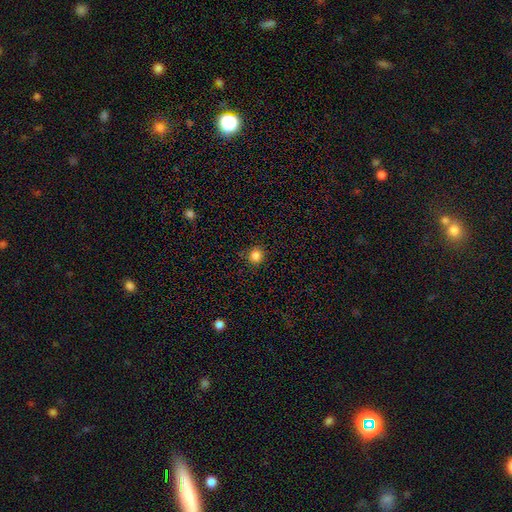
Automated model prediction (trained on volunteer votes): smooth_or_featured: smooth (p=0.84) [alt: star or artifact p=0.12]
how_rounded: round (p=0.92) [alt: in between p=0.07]
merging: none (p=0.89) [alt: minor disturbance p=0.07]